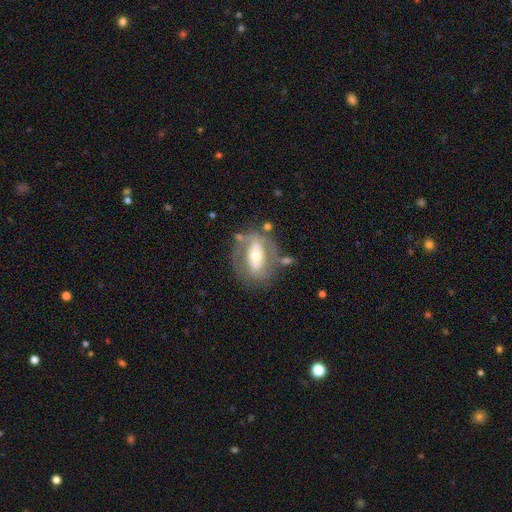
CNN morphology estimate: Smooth or featured: featured or disk — 66% (smooth — 27%)
Edge-on disk: no — 91% (yes — 9%)
Bar: no — 38% (strong — 35%)
Spiral arms: no — 56% (yes — 44%)
Bulge size: moderate — 62% (small — 28%)
Merging: none — 61% (minor disturbance — 19%)